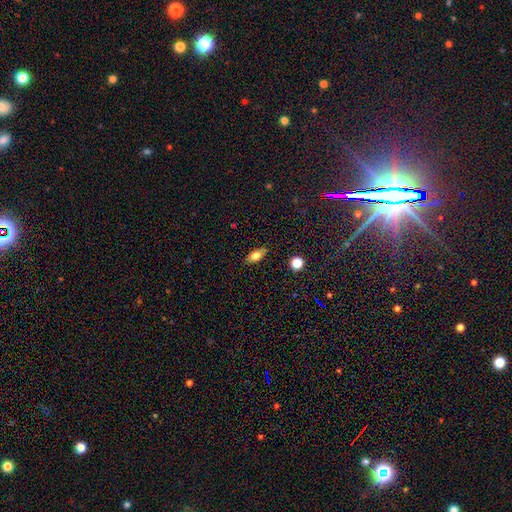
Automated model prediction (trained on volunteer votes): Morphology: type=smooth (75%); roundness=in between (84%); merging=none (85%).